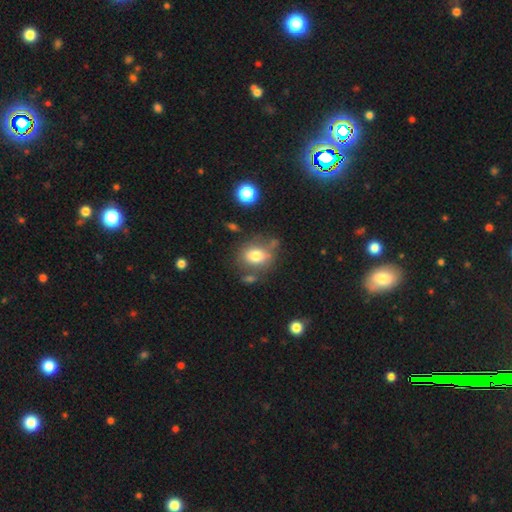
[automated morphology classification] Smooth or featured? Predicted: smooth (p=0.76). How rounded? Predicted: round (p=0.52). Merging? Predicted: none (p=0.62).